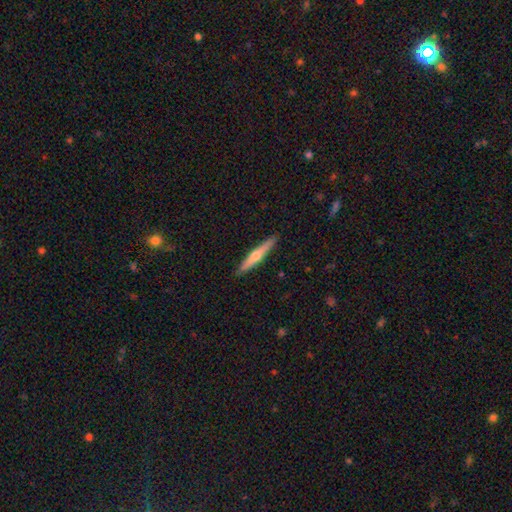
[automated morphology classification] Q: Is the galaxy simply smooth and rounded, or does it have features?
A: featured or disk — 55%.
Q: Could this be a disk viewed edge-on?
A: yes — 96%.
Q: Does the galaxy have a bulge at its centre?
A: rounded — 87%.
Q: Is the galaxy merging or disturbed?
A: none — 91%.